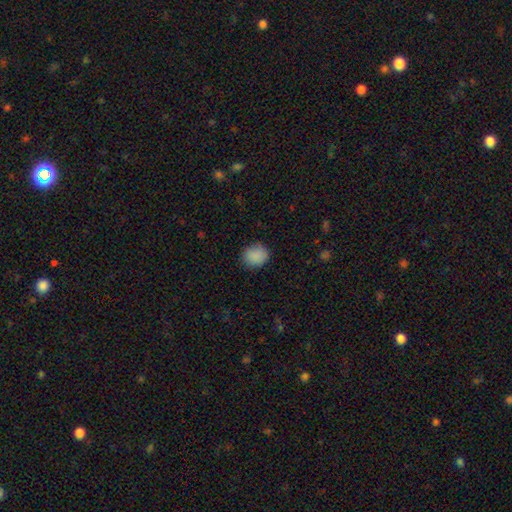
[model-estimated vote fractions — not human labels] Smooth or featured? smooth (88%)
How rounded? round (75%)
Merging? none (85%)